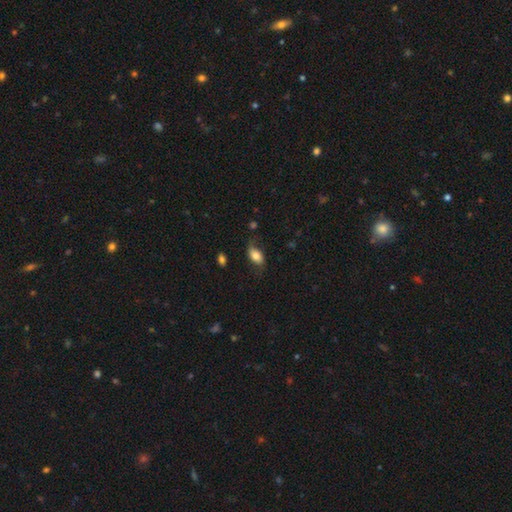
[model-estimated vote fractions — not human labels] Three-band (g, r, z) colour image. It shows a smooth galaxy with no disk features (68%) that is in between round and cigar-shaped (88%). Merging: none (55%).